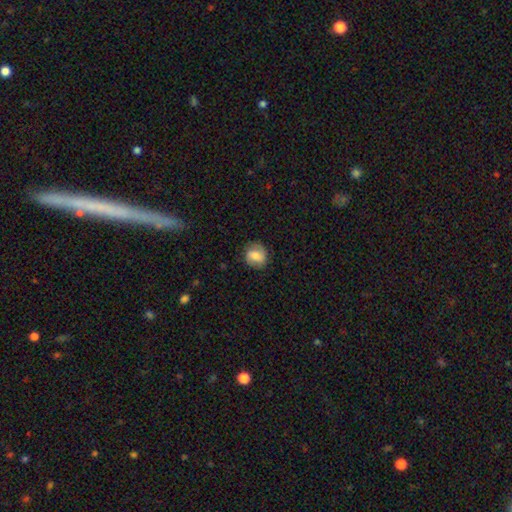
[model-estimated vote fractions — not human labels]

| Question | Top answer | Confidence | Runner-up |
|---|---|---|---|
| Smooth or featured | smooth | 68% | featured or disk (25%) |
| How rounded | round | 70% | in between (29%) |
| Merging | none | 79% | minor disturbance (15%) |